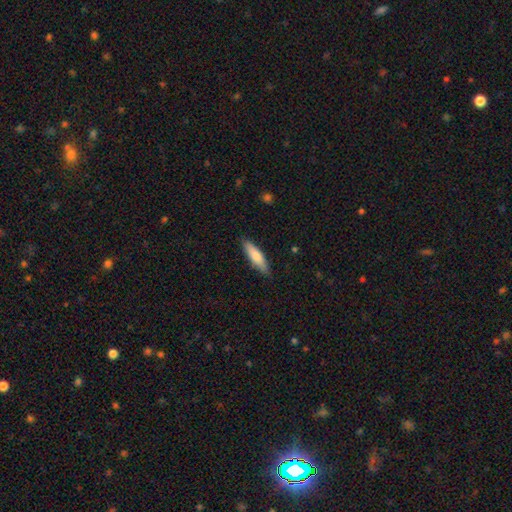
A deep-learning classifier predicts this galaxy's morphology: Smooth or featured?
  - smooth: 76% *
  - featured or disk: 19%
  - star or artifact: 5%
How rounded?
  - cigar-shaped: 69% *
  - in between: 29%
  - round: 2%
Merging?
  - none: 87% *
  - minor disturbance: 10%
  - major disturbance: 2%
  - merger: 1%